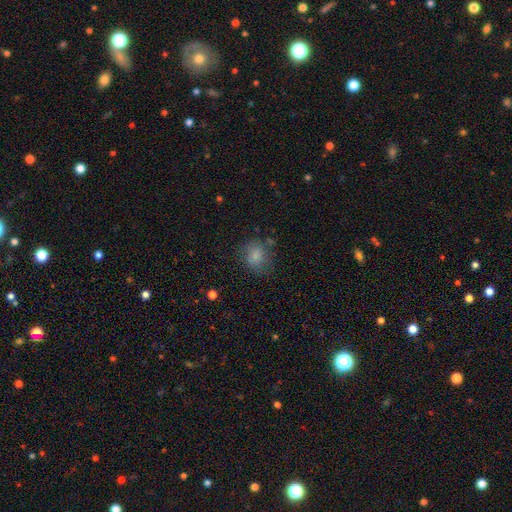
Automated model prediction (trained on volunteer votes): Smooth or featured? Predicted: smooth (p=0.78). How rounded? Predicted: round (p=0.59). Merging? Predicted: none (p=0.63).